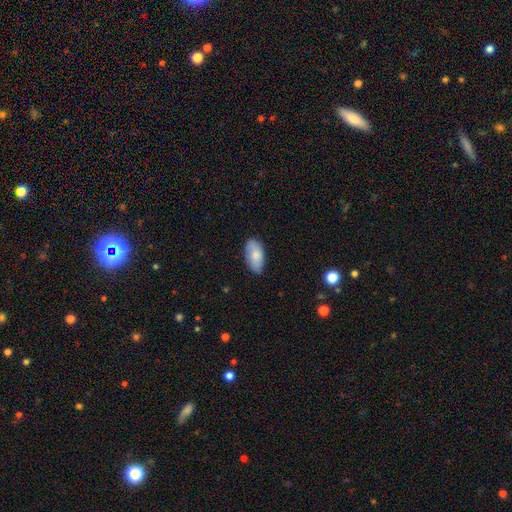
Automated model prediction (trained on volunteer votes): Overall: smooth (75%). How rounded: in between (94%). Merging: none (76%).